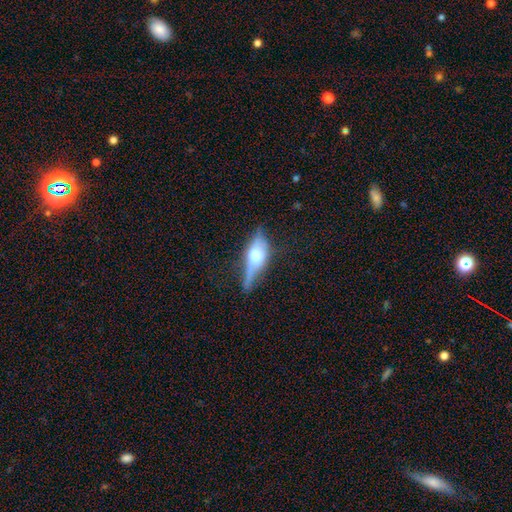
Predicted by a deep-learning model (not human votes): A featured or disk galaxy (52%) viewed edge-on (83%). Merging: none (47%).